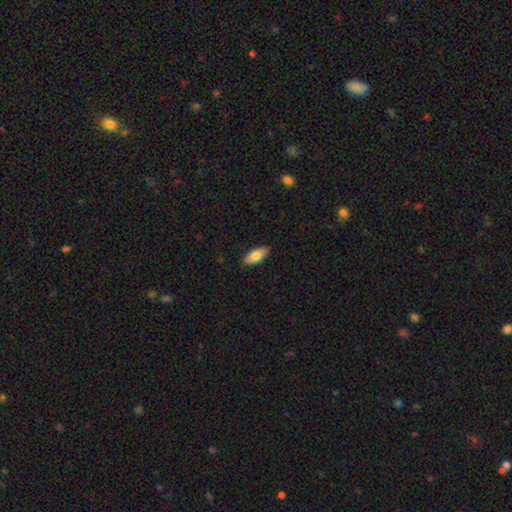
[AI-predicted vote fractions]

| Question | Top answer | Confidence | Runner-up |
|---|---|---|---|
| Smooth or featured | smooth | 77% | featured or disk (16%) |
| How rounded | in between | 85% | cigar-shaped (12%) |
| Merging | none | 88% | minor disturbance (9%) |